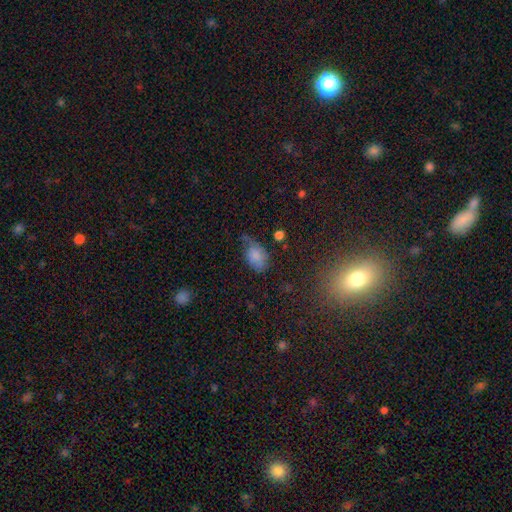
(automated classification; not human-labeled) smooth 77%, featured or disk 13%, star or artifact 10%. Down the decision tree: how rounded — in between (84%); merging — minor disturbance (43%).